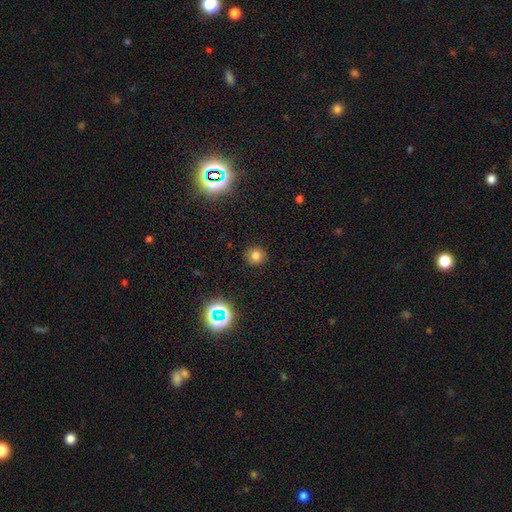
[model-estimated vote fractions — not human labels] Smooth or featured? Predicted: smooth (p=0.75). How rounded? Predicted: round (p=0.92). Merging? Predicted: none (p=0.90).